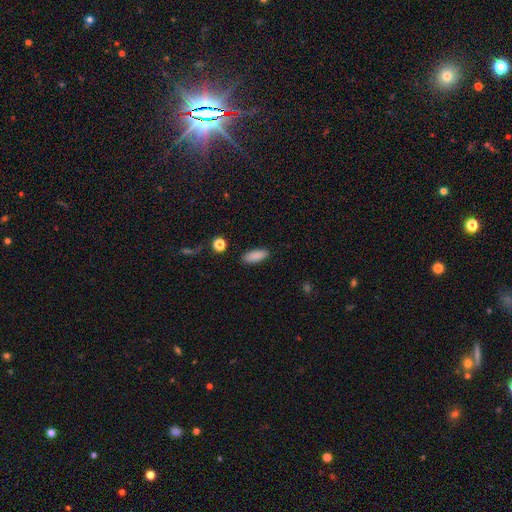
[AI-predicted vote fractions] The model was most divided on "how rounded": in between: 76%, cigar-shaped: 22%, round: 2%. More confident: smooth or featured — smooth (88%); merging — none (88%).